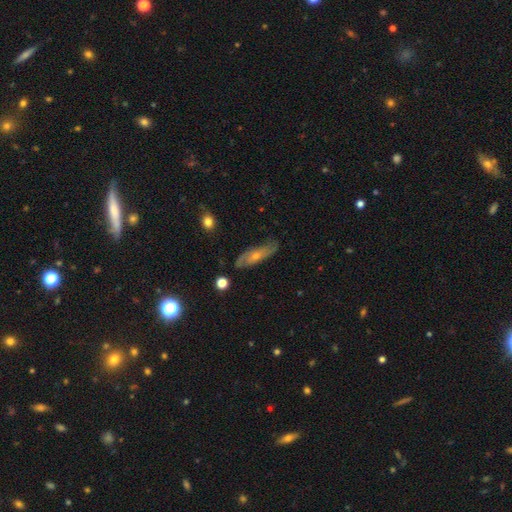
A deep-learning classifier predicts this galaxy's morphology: Smooth or featured?
  - featured or disk: 62% *
  - smooth: 29%
  - star or artifact: 9%
Edge-on disk?
  - no: 65% *
  - yes: 35%
Merging?
  - none: 76% *
  - minor disturbance: 18%
  - major disturbance: 4%
  - merger: 2%